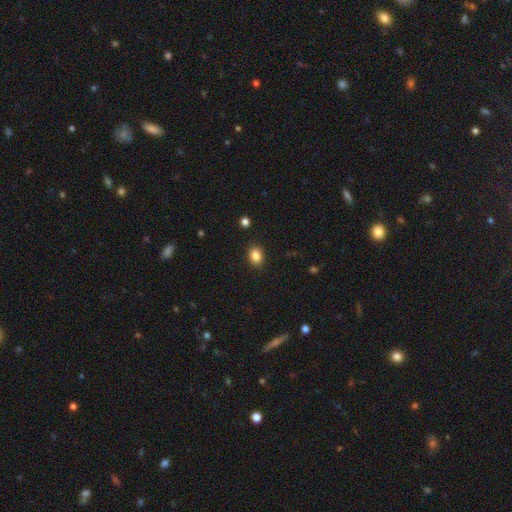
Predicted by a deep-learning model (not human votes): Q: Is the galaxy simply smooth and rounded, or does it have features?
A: smooth — 85%.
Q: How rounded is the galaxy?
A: in between — 69%.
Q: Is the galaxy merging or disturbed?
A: none — 88%.